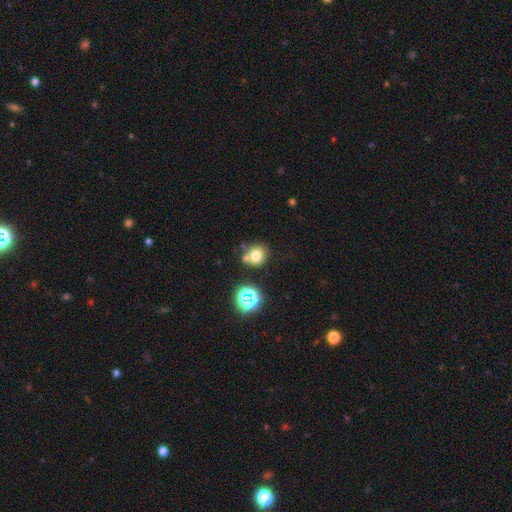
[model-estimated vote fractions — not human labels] A smooth galaxy with no disk features (72%) that is round (78%).

Vote fractions:
- Smooth or featured? smooth: 72% / star or artifact: 17% / featured or disk: 11%
- How rounded? round: 78% / in between: 21% / cigar-shaped: 1%
- Merging? none: 61% / merger: 22% / minor disturbance: 13% / major disturbance: 4%